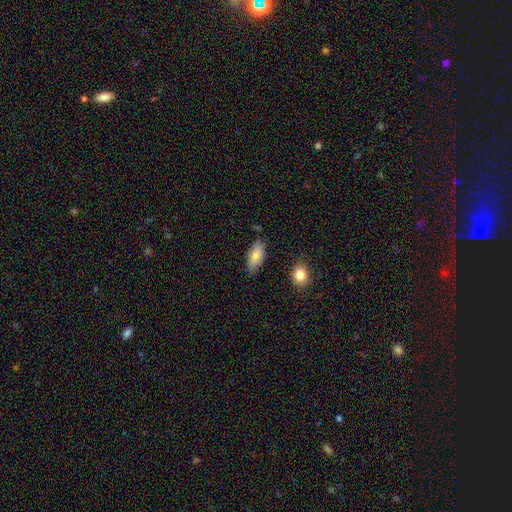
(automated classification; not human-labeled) A smooth galaxy with no disk features (82%) that is in between round and cigar-shaped (86%).

Vote fractions:
- Smooth or featured? smooth: 82% / featured or disk: 12% / star or artifact: 6%
- How rounded? in between: 86% / cigar-shaped: 12% / round: 3%
- Merging? none: 78% / minor disturbance: 16% / merger: 3% / major disturbance: 3%